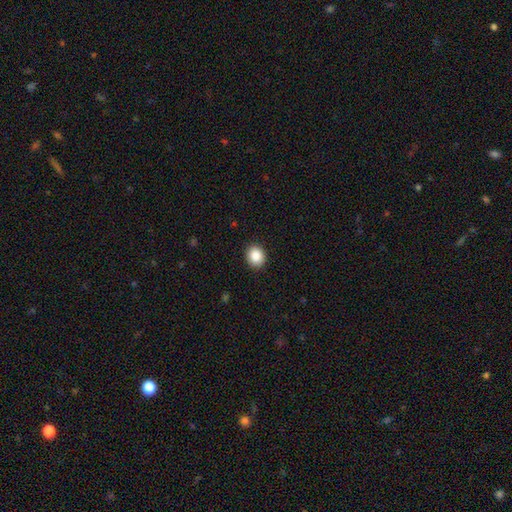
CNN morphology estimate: Smooth or featured: smooth — 88% (star or artifact — 8%)
How rounded: round — 71% (in between — 28%)
Merging: none — 91% (minor disturbance — 6%)